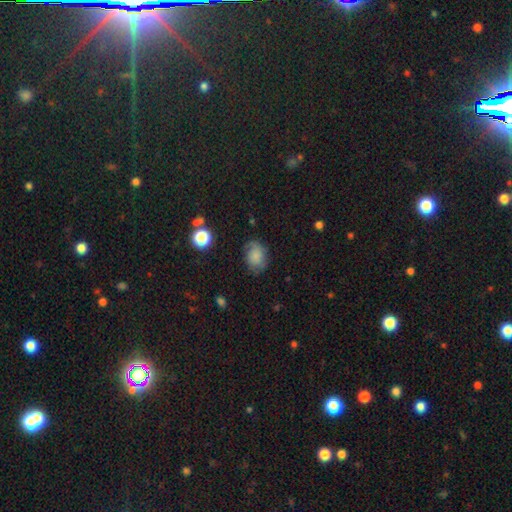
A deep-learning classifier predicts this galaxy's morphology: Q: Smooth or featured?
A: smooth (66%); runner-up: featured or disk (23%)
Q: How rounded?
A: in between (63%); runner-up: round (36%)
Q: Merging?
A: none (63%); runner-up: minor disturbance (25%)